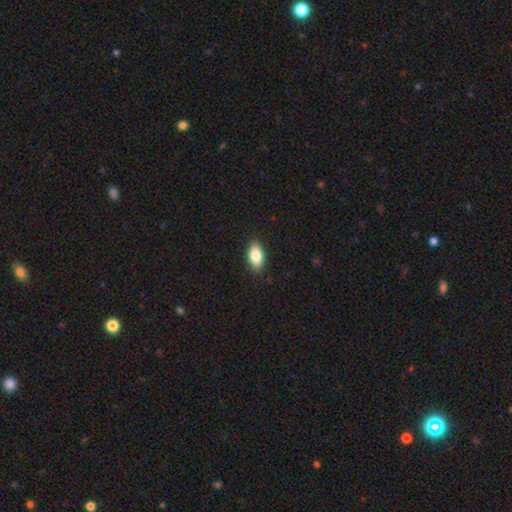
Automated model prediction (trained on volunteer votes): A smooth galaxy with no disk features (83%) that is in between round and cigar-shaped (90%).

Vote fractions:
- Smooth or featured? smooth: 83% / featured or disk: 10% / star or artifact: 7%
- How rounded? in between: 90% / cigar-shaped: 6% / round: 4%
- Merging? none: 87% / minor disturbance: 10% / major disturbance: 2% / merger: 1%